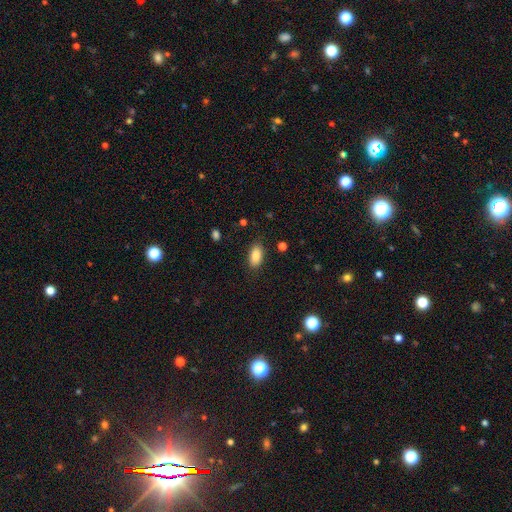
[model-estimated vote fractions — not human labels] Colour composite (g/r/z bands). It shows a smooth galaxy with no disk features (88%) that is in between round and cigar-shaped (92%). Merging: none (85%).